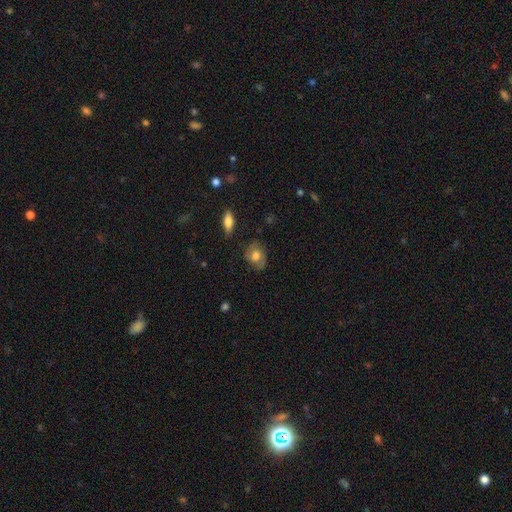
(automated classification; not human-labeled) Smooth or featured: smooth — 60% (featured or disk — 31%)
How rounded: in between — 52% (round — 47%)
Merging: none — 70% (minor disturbance — 22%)